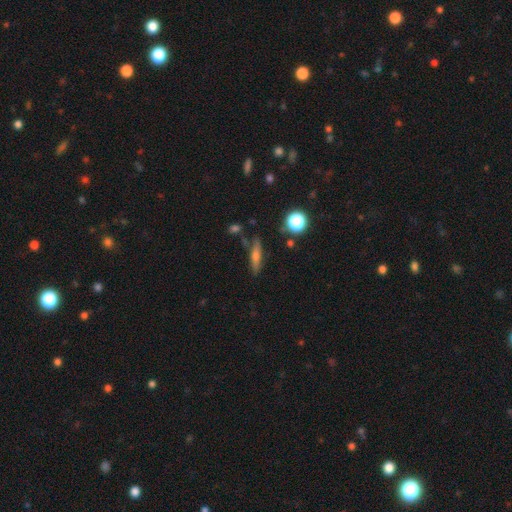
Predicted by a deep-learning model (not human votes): Smooth or featured?
  - smooth: 49% *
  - featured or disk: 39%
  - star or artifact: 12%
Merging?
  - none: 77% *
  - minor disturbance: 14%
  - merger: 6%
  - major disturbance: 4%